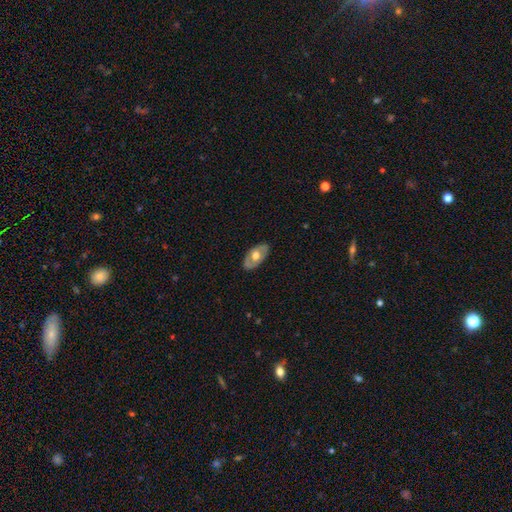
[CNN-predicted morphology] This is possibly a featured or disk galaxy (47%, tied with smooth). Merging: clearly none (82%).